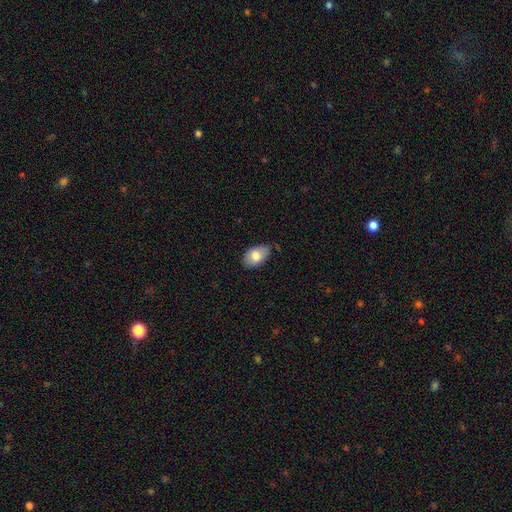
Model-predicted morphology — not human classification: This is likely a smooth galaxy (80%). How rounded: clearly in between (91%). Merging: likely none (72%).